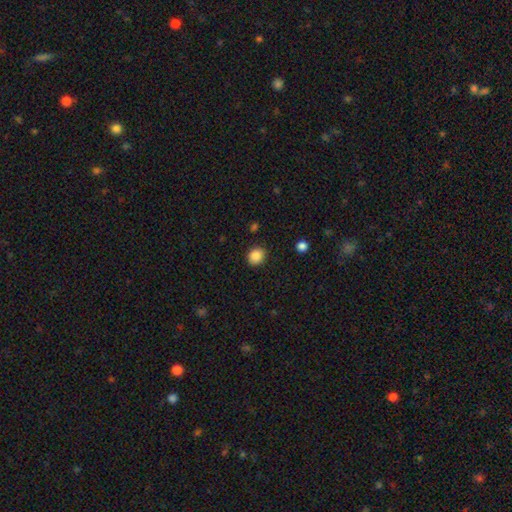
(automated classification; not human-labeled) This is clearly a smooth galaxy (87%). How rounded: likely round (75%). Merging: clearly none (88%).